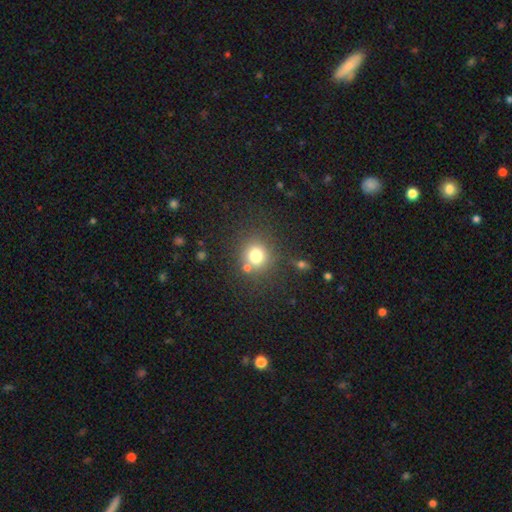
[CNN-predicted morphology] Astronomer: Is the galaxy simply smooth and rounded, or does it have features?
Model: smooth — 76%.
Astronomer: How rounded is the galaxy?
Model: round — 89%.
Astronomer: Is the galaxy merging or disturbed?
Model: none — 74%.